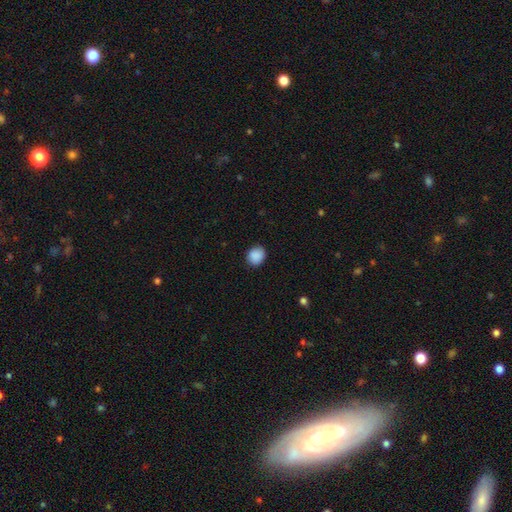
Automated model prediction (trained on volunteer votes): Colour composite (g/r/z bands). It shows a smooth galaxy with no disk features (89%) that is round (67%). Merging: none (86%).